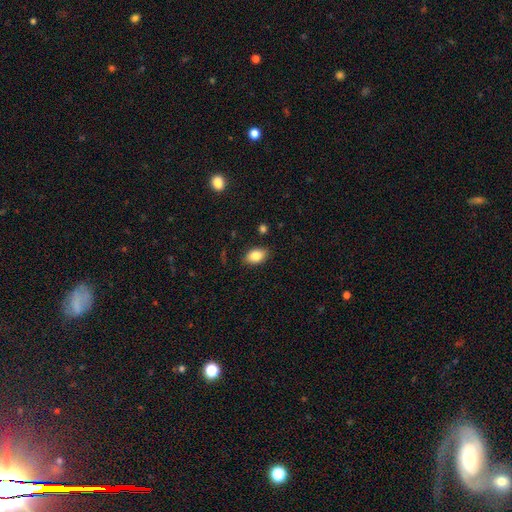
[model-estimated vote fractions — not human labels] A smooth galaxy with no disk features (85%) that is in between round and cigar-shaped (88%). Merging: none (86%).